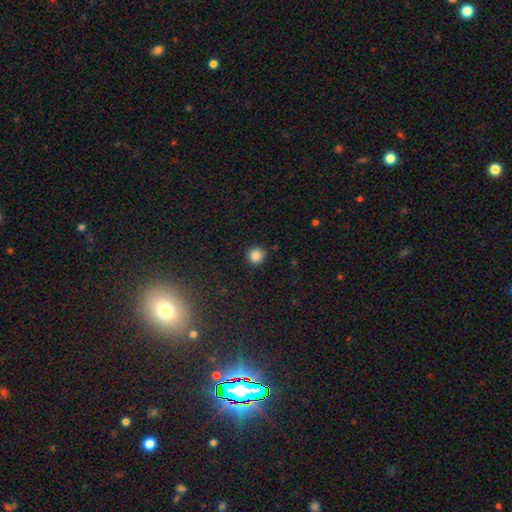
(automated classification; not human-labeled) This appears to be a smooth galaxy with no disk features (86%) that is round (90%). Merging: none (88%).